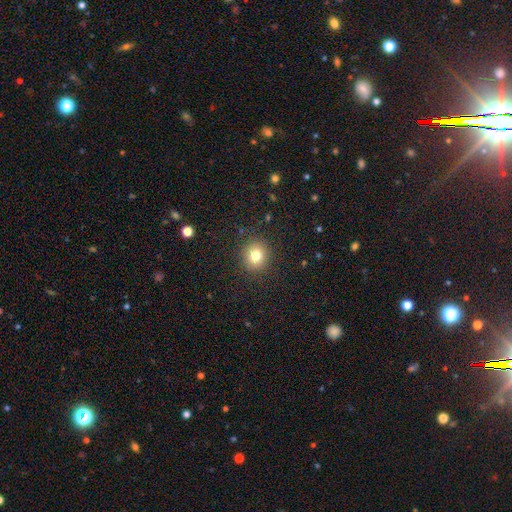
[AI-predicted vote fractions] A smooth galaxy with no disk features (78%) that is round (86%). Merging: none (90%).